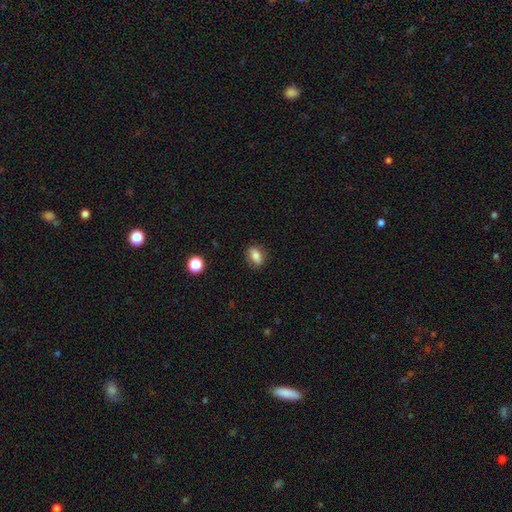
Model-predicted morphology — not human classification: smooth-or-featured: smooth: 79% | featured or disk: 11% | star or artifact: 9%
  how-rounded: in between: 77% | round: 19% | cigar-shaped: 4%
  merging: none: 84% | minor disturbance: 12% | major disturbance: 3% | merger: 1%